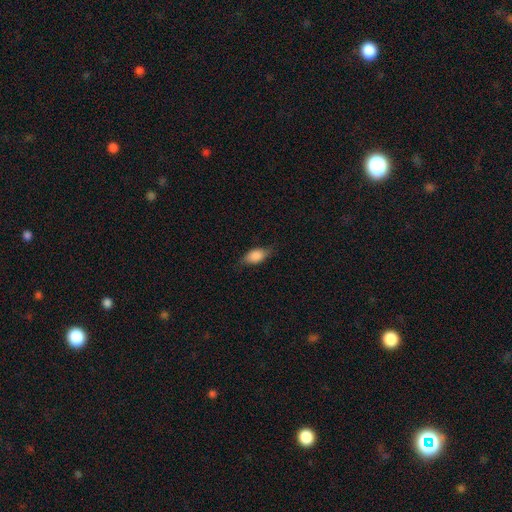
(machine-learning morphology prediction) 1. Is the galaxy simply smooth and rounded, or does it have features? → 81% smooth, 12% featured or disk, 7% star or artifact.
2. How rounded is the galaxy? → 87% in between, 7% cigar-shaped, 6% round.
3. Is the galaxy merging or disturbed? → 72% none, 22% minor disturbance, 6% major disturbance, 1% merger.